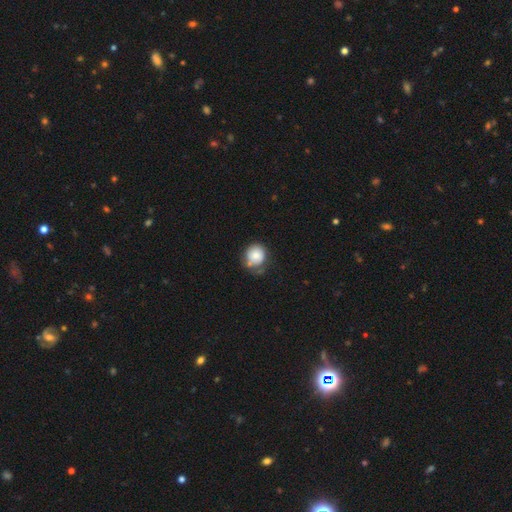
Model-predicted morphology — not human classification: smooth_or_featured: smooth (p=0.76) [alt: featured or disk p=0.15]
how_rounded: round (p=0.86) [alt: in between p=0.13]
merging: none (p=0.52) [alt: minor disturbance p=0.29]